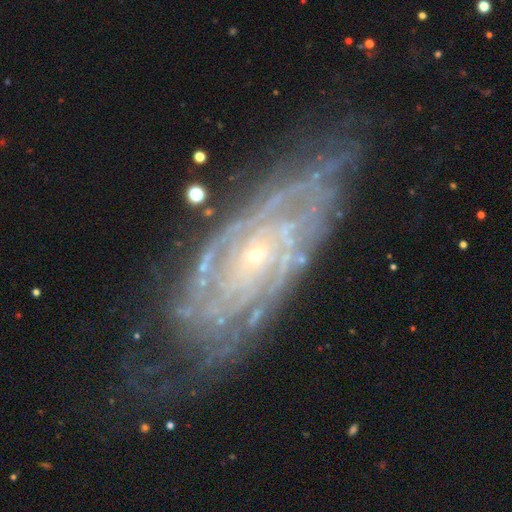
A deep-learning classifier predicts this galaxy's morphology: Smooth or featured: featured or disk — 87% (smooth — 6%)
Edge-on disk: no — 90% (yes — 10%)
Bar: no — 73% (weak — 20%)
Spiral arms: yes — 95% (no — 5%)
Spiral winding: tight — 76% (medium — 20%)
Spiral arm count: can't tell — 40% (2 — 19%)
Bulge size: small — 78% (moderate — 18%)
Merging: none — 69% (minor disturbance — 21%)